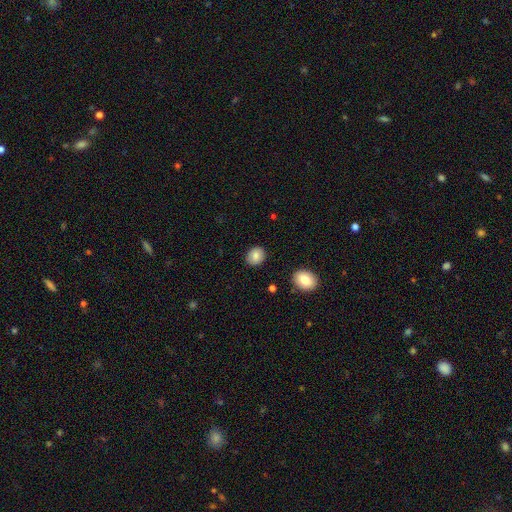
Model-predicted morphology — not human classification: This appears to be a smooth galaxy with no disk features (84%) that is round (61%). Merging: none (88%).